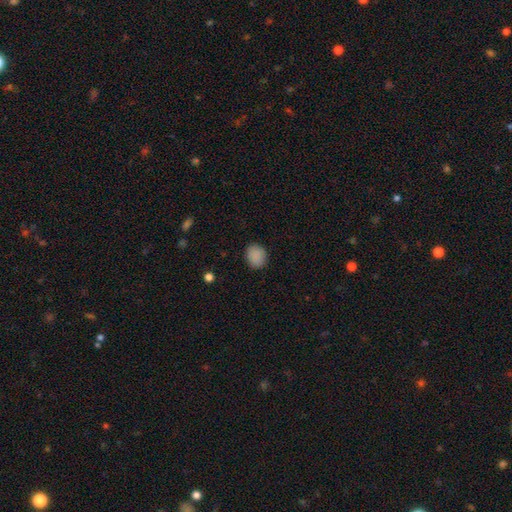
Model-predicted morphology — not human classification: Smooth or featured? Predicted: smooth (p=0.88). How rounded? Predicted: round (p=0.61). Merging? Predicted: none (p=0.88).